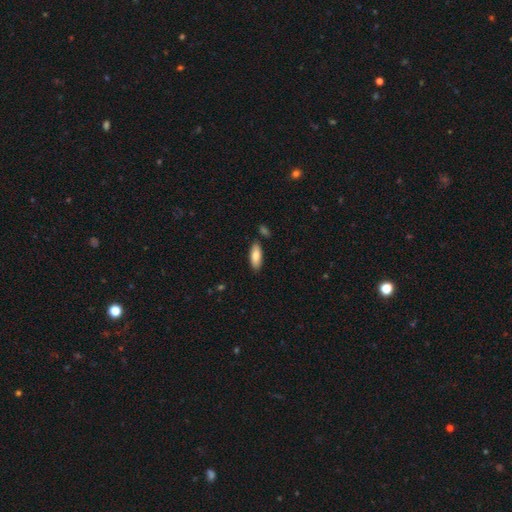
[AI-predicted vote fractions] This appears to be a smooth galaxy with no disk features (83%) that is in between round and cigar-shaped (74%). Merging: none (84%).